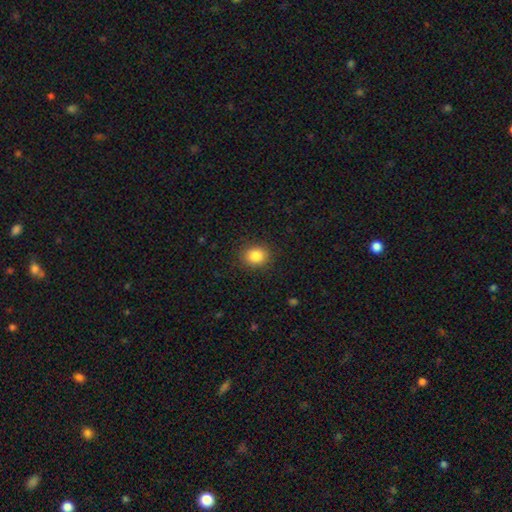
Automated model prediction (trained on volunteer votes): A smooth galaxy with no disk features (85%) that is round (63%).

Vote fractions:
- Smooth or featured? smooth: 85% / star or artifact: 10% / featured or disk: 5%
- How rounded? round: 63% / in between: 36% / cigar-shaped: 1%
- Merging? none: 88% / minor disturbance: 8% / major disturbance: 3% / merger: 1%